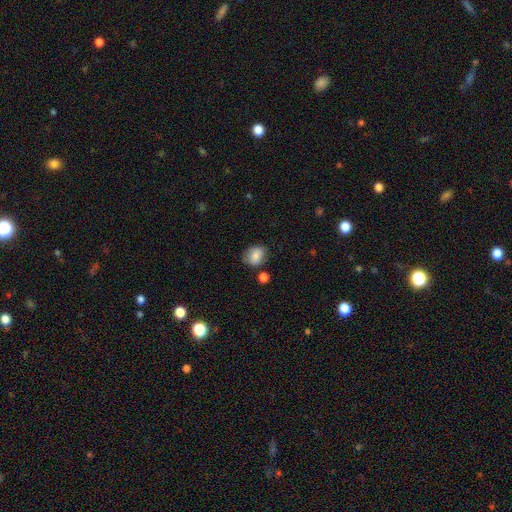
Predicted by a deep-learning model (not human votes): Smooth or featured? Predicted: smooth (p=0.81). How rounded? Predicted: round (p=0.51). Merging? Predicted: none (p=0.70).